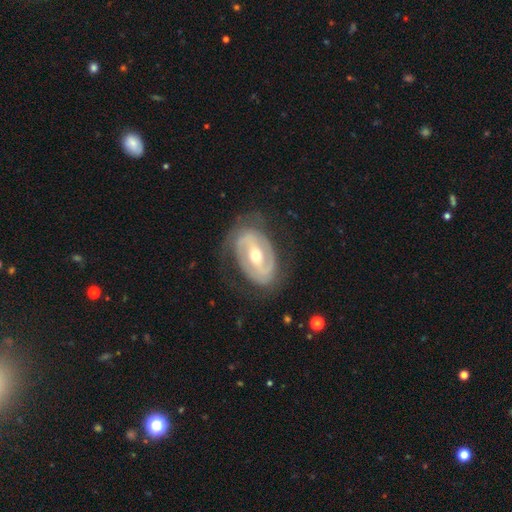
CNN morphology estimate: smooth-or-featured: featured or disk: 83% | smooth: 12% | star or artifact: 5%
  disk-edge-on: no: 95% | yes: 5%
    bar: strong: 46% | weak: 35% | no: 19%
    has-spiral-arms: yes: 82% | no: 18%
      spiral-winding: tight: 50% | medium: 35% | loose: 15%
      spiral-arm-count: 2: 73% | can't tell: 16% | 1: 4% | 3: 4% | 4: 1% | more than 4: 1%
    bulge-size: moderate: 63% | small: 32% | large: 3% | dominant: 1% | none: 1%
  merging: none: 73% | minor disturbance: 17% | major disturbance: 9% | merger: 1%